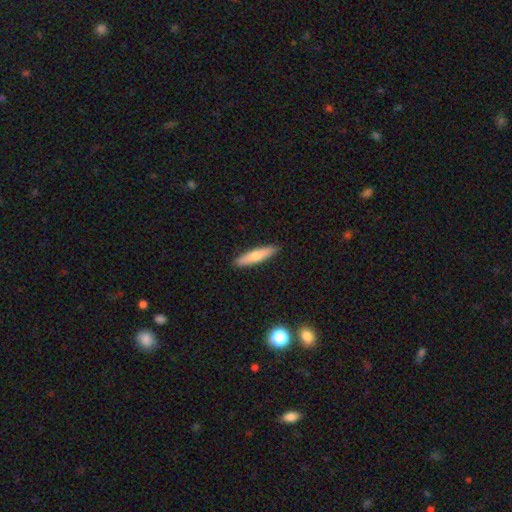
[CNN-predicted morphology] Smooth or featured?
  - smooth: 71% *
  - featured or disk: 24%
  - star or artifact: 6%
How rounded?
  - cigar-shaped: 80% *
  - in between: 18%
  - round: 2%
Merging?
  - none: 90% *
  - minor disturbance: 7%
  - major disturbance: 1%
  - merger: 1%